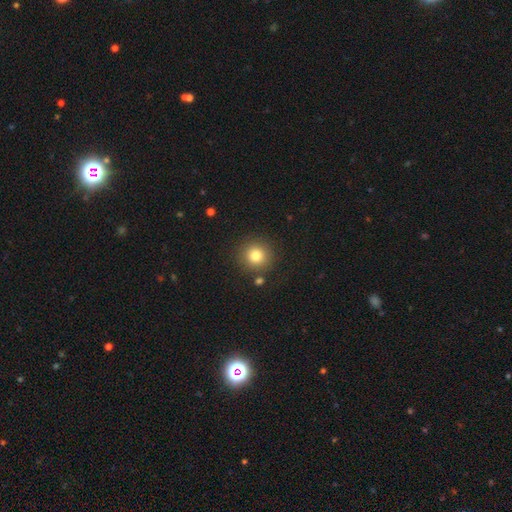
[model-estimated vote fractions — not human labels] This appears to be a smooth galaxy with no disk features (80%) that is round (93%). Merging: none (85%).